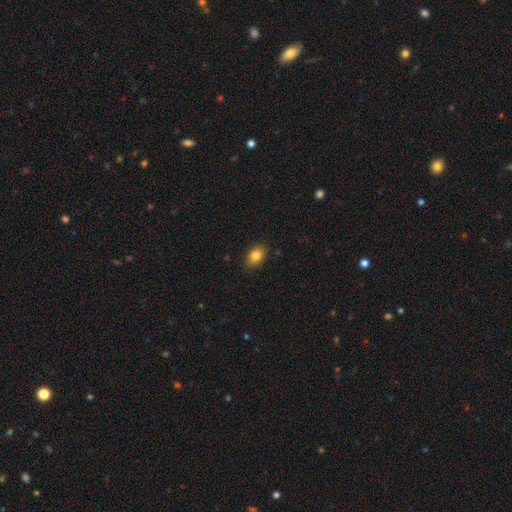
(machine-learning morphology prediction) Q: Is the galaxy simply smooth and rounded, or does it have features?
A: smooth — 83%.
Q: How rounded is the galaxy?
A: in between — 74%.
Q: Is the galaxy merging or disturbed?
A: none — 87%.